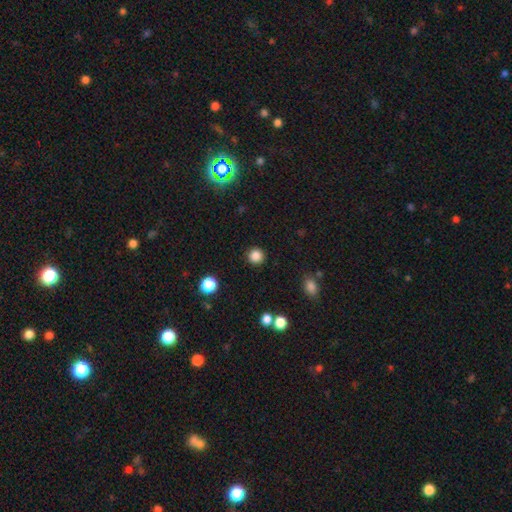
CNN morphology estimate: Q: Smooth or featured?
A: smooth (86%); runner-up: star or artifact (11%)
Q: How rounded?
A: round (94%); runner-up: in between (6%)
Q: Merging?
A: none (91%); runner-up: minor disturbance (5%)